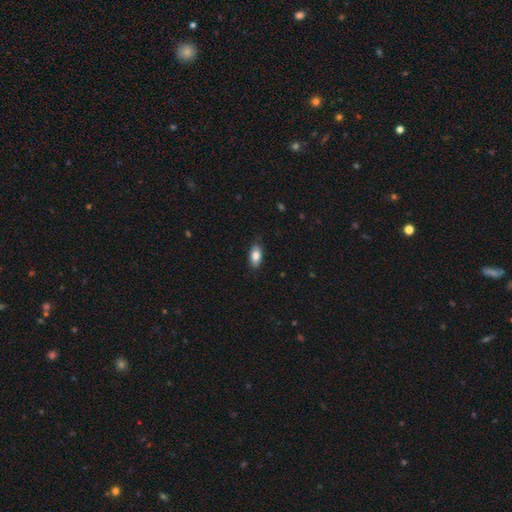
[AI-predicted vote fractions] Smooth or featured?
  - smooth: 83% *
  - featured or disk: 10%
  - star or artifact: 7%
How rounded?
  - in between: 89% *
  - cigar-shaped: 7%
  - round: 4%
Merging?
  - none: 81% *
  - minor disturbance: 15%
  - major disturbance: 3%
  - merger: 1%